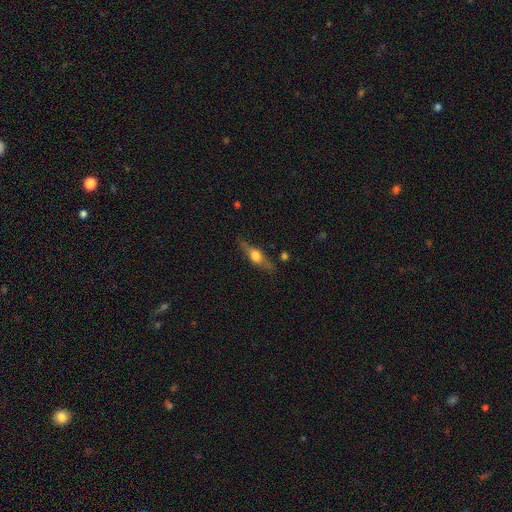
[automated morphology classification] Q: Smooth or featured?
A: featured or disk (57%); runner-up: smooth (36%)
Q: Edge-on disk?
A: yes (90%); runner-up: no (10%)
Q: Edge-on bulge?
A: rounded (93%); runner-up: boxy (5%)
Q: Merging?
A: none (77%); runner-up: minor disturbance (16%)